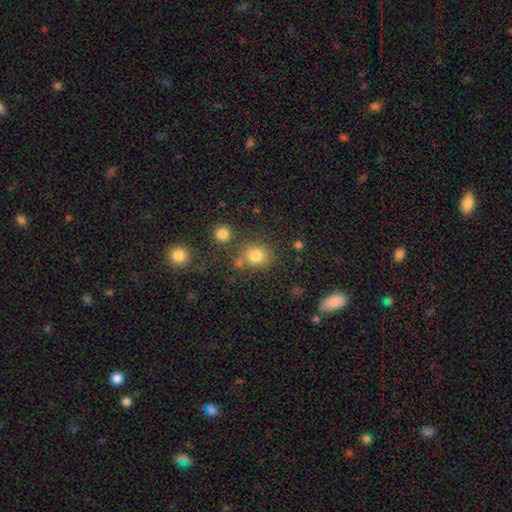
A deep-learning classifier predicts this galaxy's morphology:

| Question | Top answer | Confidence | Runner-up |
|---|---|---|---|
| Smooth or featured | smooth | 80% | star or artifact (13%) |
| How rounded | round | 75% | in between (24%) |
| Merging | none | 70% | minor disturbance (13%) |